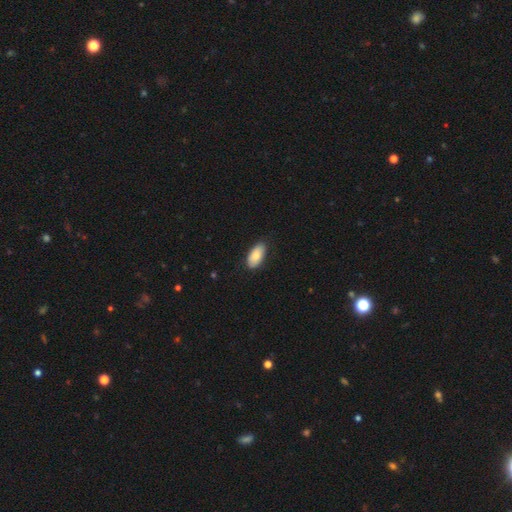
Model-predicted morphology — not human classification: Smooth or featured? smooth (84%)
How rounded? in between (94%)
Merging? none (82%)